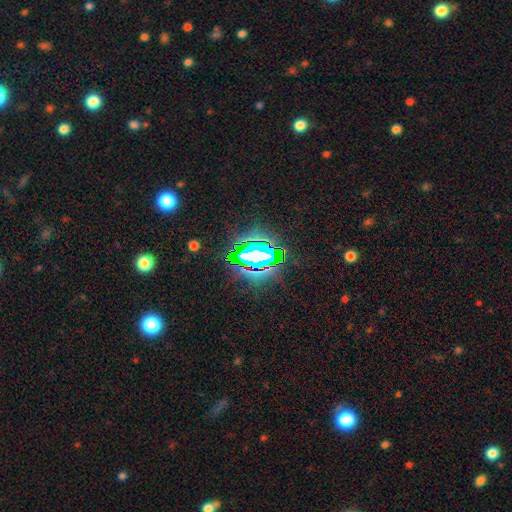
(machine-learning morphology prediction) Smooth or featured? star or artifact (78%)